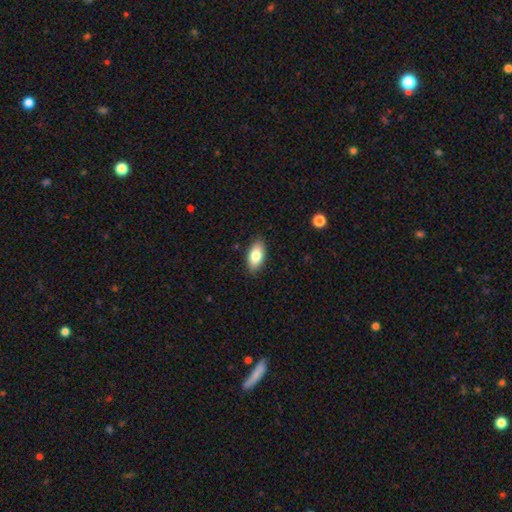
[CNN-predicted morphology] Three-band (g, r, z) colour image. It shows a smooth galaxy with no disk features (81%) that is in between round and cigar-shaped (91%). Merging: none (88%).